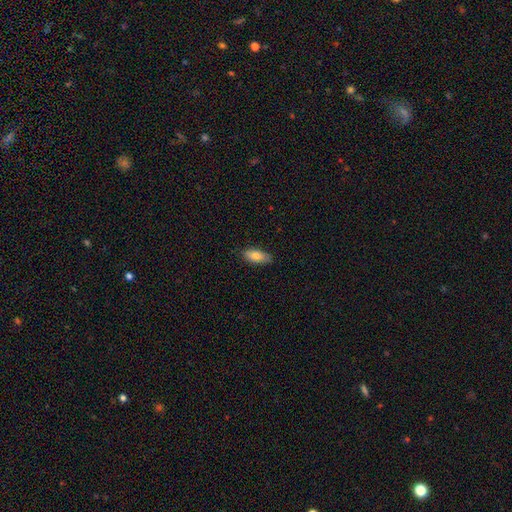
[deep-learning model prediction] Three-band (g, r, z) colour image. It shows a smooth galaxy with no disk features (80%) that is in between round and cigar-shaped (83%). Merging: none (81%).